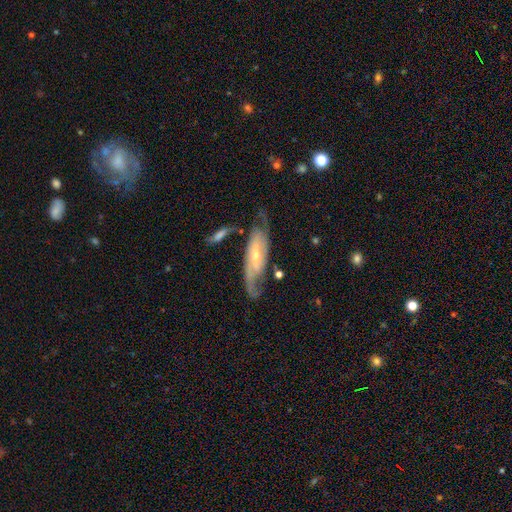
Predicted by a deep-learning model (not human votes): Smooth or featured? featured or disk (81%)
Edge-on disk? no (85%)
Bar? weak (38%)
Spiral arms? yes (93%)
Spiral winding? medium (43%)
Spiral arm count? 2 (78%)
Bulge size? small (64%)
Merging? none (59%)